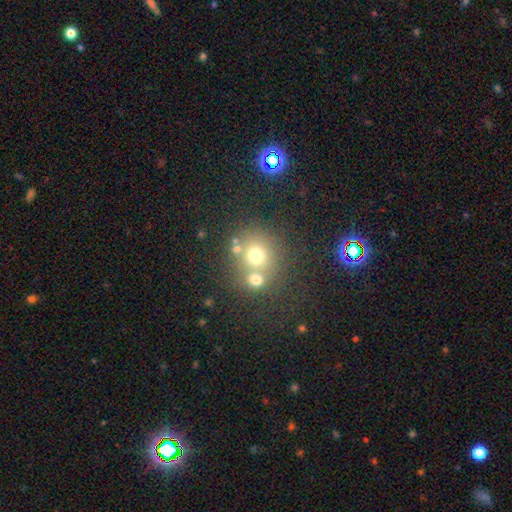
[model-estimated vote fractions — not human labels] Smooth or featured?
  - smooth: 67% *
  - star or artifact: 18%
  - featured or disk: 14%
How rounded?
  - round: 86% *
  - in between: 13%
  - cigar-shaped: 1%
Merging?
  - none: 52% *
  - merger: 36%
  - minor disturbance: 8%
  - major disturbance: 4%